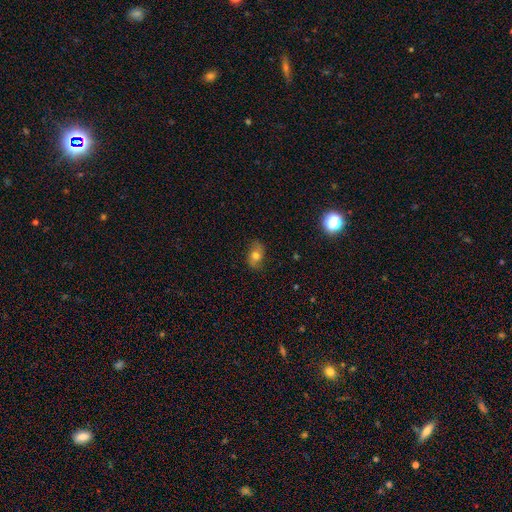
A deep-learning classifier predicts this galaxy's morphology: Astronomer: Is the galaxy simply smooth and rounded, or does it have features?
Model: smooth — 56% (runner-up: featured or disk, 33%).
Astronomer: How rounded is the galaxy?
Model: in between — 77%.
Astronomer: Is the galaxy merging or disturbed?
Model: none — 77%.